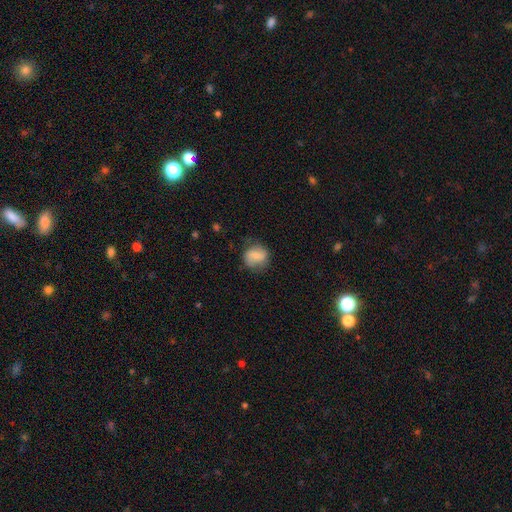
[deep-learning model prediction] A smooth galaxy with no disk features (70%) that is round (74%). Merging: none (69%).